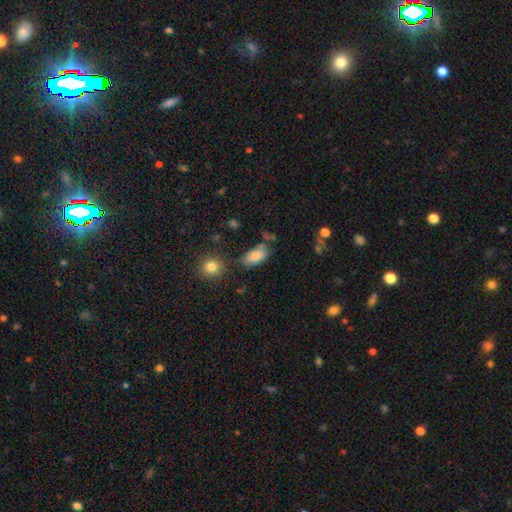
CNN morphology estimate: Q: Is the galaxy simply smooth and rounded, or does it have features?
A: smooth — 78%.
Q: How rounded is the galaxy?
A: in between — 91%.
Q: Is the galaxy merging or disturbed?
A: none — 61%.